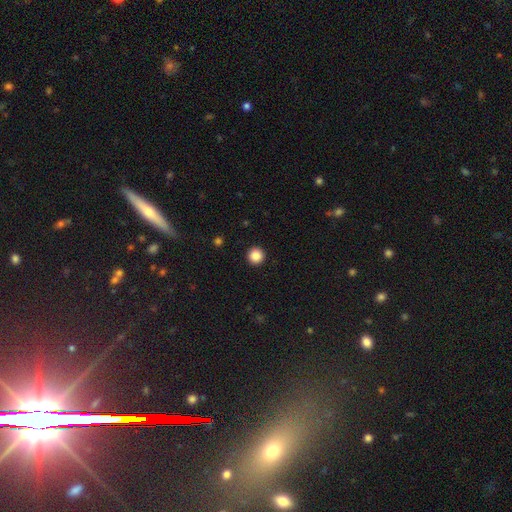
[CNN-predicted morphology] This appears to be a smooth galaxy with no disk features (87%) that is round (96%). Merging: none (94%).